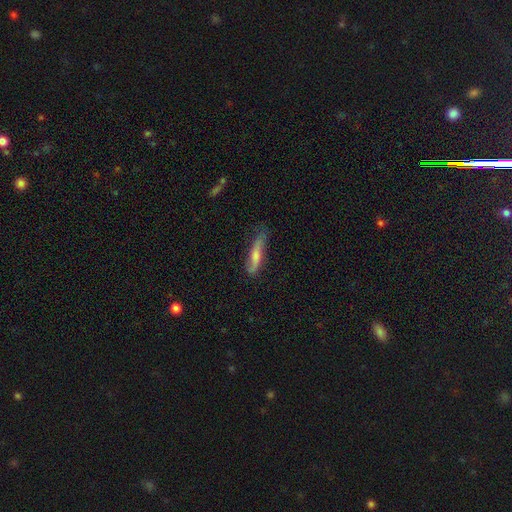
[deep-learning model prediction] This is possibly a featured or disk galaxy (47%). Merging: likely none (73%).